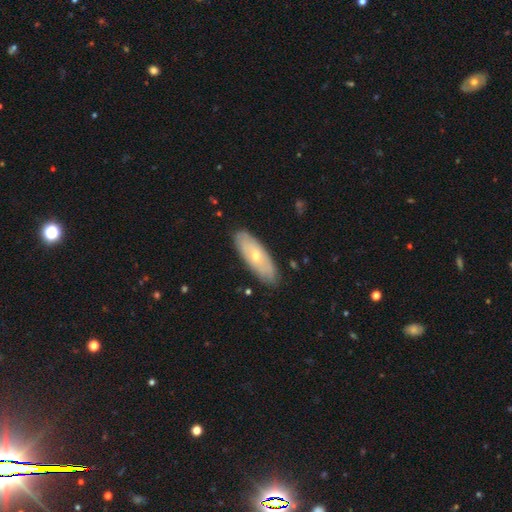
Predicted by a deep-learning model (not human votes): The model was most divided on "smooth or featured": smooth: 48%, featured or disk: 46%, star or artifact: 6%. More confident: merging — none (85%).